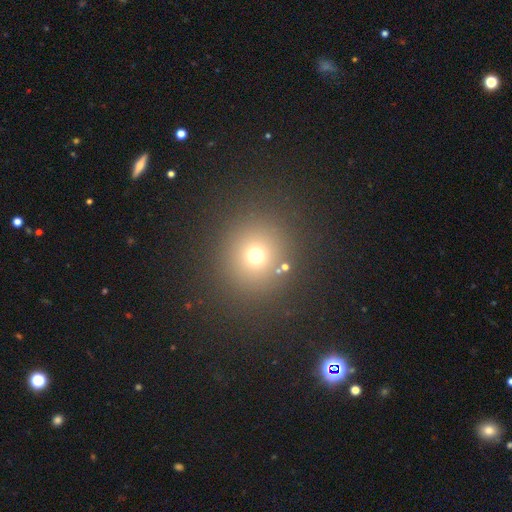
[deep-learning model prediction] Smooth or featured? Predicted: smooth (p=0.68). How rounded? Predicted: round (p=0.92). Merging? Predicted: none (p=0.84).